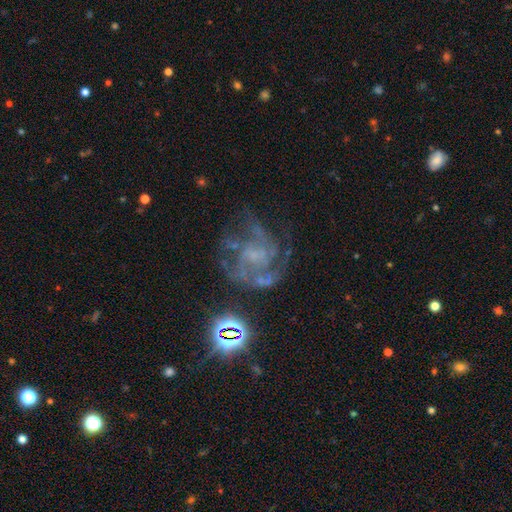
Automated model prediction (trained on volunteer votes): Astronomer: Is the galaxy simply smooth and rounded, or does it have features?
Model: featured or disk — 72%.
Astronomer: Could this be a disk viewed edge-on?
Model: no — 98%.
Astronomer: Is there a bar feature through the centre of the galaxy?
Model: no — 70%.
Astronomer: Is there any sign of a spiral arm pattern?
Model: yes — 80%.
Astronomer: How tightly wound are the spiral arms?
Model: medium — 45% (runner-up: tight, 37%).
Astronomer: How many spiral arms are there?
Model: can't tell — 34% (runner-up: 3, 26%).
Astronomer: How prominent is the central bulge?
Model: none — 44% (runner-up: small, 39%).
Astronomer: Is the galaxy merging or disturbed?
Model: none — 52%.